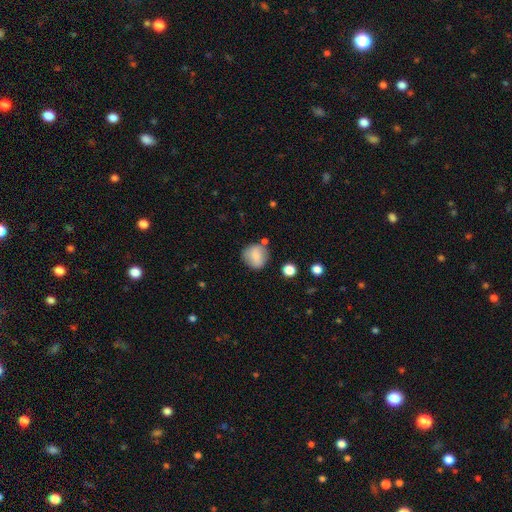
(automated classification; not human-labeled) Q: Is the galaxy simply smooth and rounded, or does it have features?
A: smooth — 79%.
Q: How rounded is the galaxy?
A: round — 87%.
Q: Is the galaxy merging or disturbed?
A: none — 76%.